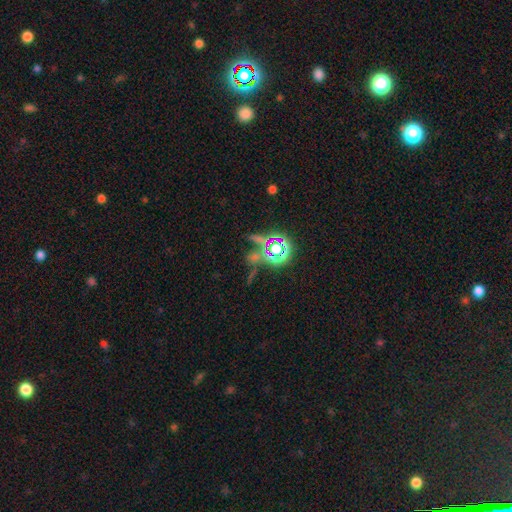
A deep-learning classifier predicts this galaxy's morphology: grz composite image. It shows a star or artifact, not a galaxy (72%).